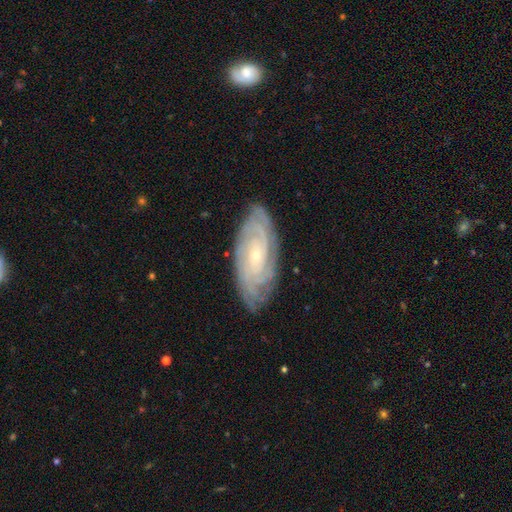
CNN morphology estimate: featured or disk 84%, smooth 10%, star or artifact 6%. Down the decision tree: edge-on disk — no (93%); bar — no (70%); spiral arms — yes (97%); spiral arm count — can't tell (32%); spiral winding — tight (80%); bulge size — small (77%); merging — none (82%).